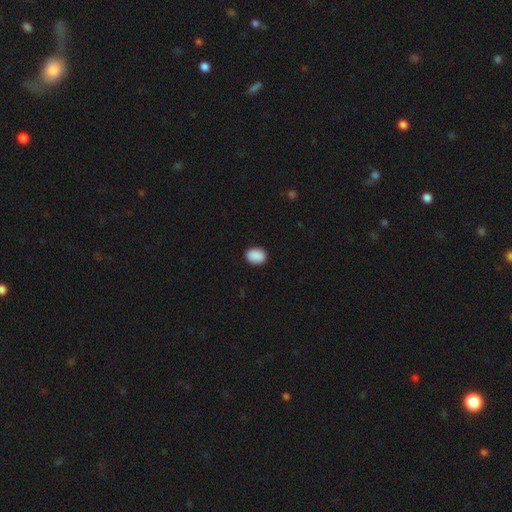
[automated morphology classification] The model was most divided on "how rounded": in between: 73%, round: 26%, cigar-shaped: 1%. More confident: smooth or featured — smooth (91%); merging — none (90%).